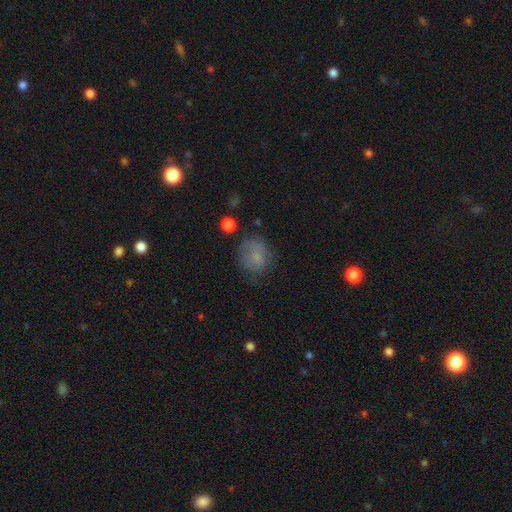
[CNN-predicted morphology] smooth_or_featured: smooth (p=0.68) [alt: featured or disk p=0.18]
how_rounded: round (p=0.67) [alt: in between p=0.31]
merging: none (p=0.61) [alt: minor disturbance p=0.23]